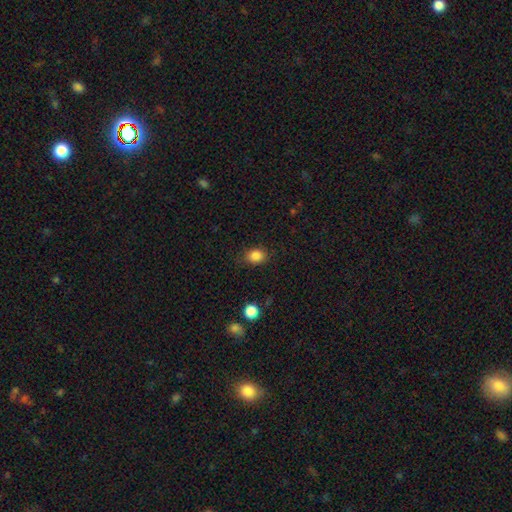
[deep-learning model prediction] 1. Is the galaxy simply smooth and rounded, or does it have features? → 85% smooth, 11% star or artifact, 4% featured or disk.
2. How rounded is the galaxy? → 56% in between, 43% round, 1% cigar-shaped.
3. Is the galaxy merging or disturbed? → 84% none, 12% minor disturbance, 3% major disturbance, 1% merger.